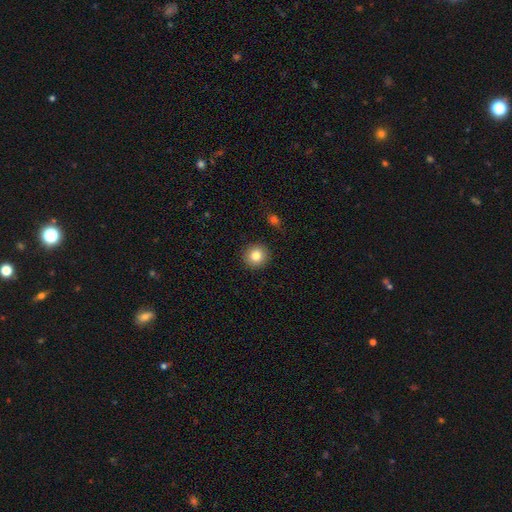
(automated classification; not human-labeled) Smooth or featured?
  - smooth: 82% *
  - star or artifact: 10%
  - featured or disk: 8%
How rounded?
  - round: 93% *
  - in between: 6%
  - cigar-shaped: 1%
Merging?
  - none: 91% *
  - minor disturbance: 6%
  - major disturbance: 2%
  - merger: 1%